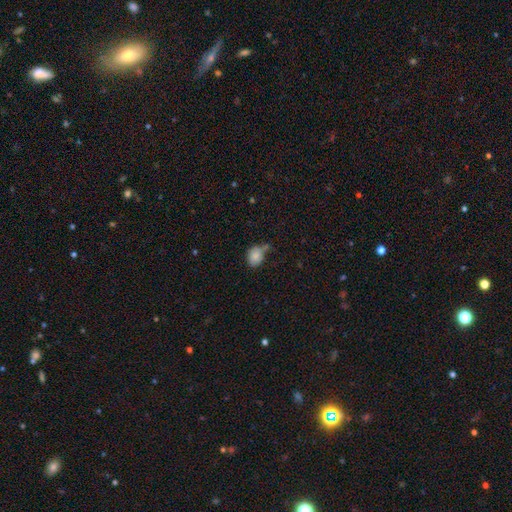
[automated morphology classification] Smooth or featured? Predicted: smooth (p=0.81). How rounded? Predicted: in between (p=0.55). Merging? Predicted: none (p=0.45).